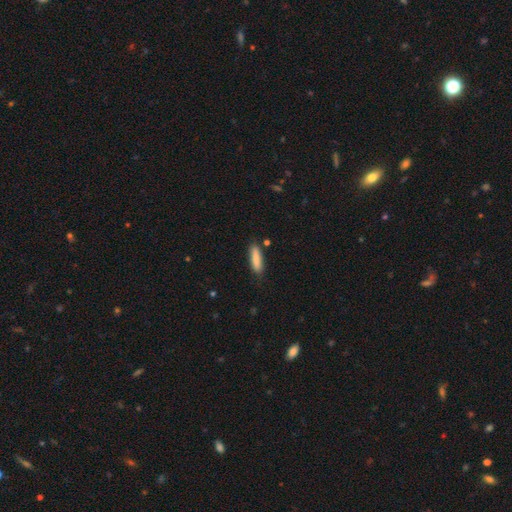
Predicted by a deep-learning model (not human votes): smooth_or_featured: smooth (p=0.84) [alt: featured or disk p=0.10]
how_rounded: cigar-shaped (p=0.75) [alt: in between p=0.24]
merging: none (p=0.84) [alt: minor disturbance p=0.12]